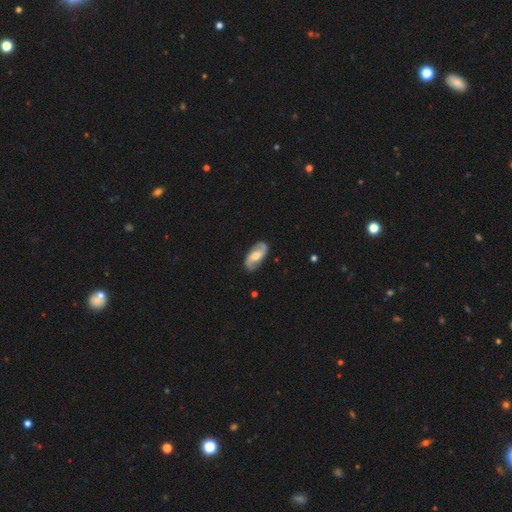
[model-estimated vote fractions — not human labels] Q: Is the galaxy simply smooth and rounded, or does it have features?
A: featured or disk — 80%.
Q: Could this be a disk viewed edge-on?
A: no — 96%.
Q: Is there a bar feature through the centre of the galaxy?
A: weak — 44%.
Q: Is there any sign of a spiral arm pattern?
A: yes — 94%.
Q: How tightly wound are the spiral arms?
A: medium — 42%.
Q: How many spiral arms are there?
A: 2 — 93%.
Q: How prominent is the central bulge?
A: moderate — 62%.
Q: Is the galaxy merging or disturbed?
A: none — 86%.